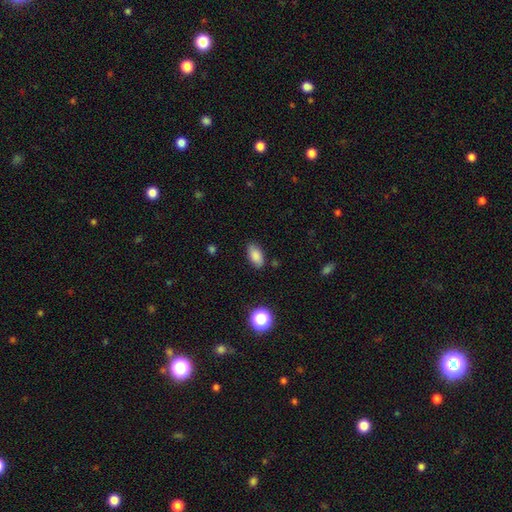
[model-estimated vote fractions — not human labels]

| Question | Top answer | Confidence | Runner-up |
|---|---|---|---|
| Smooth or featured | smooth | 84% | star or artifact (9%) |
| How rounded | in between | 90% | round (5%) |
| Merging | none | 83% | minor disturbance (13%) |